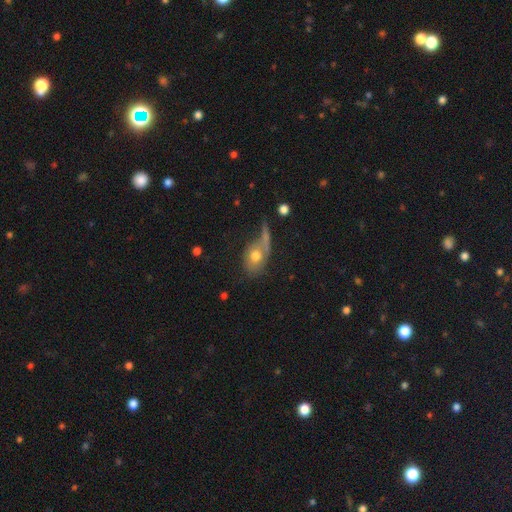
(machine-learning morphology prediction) smooth_or_featured: smooth (p=0.67) [alt: featured or disk p=0.24]
how_rounded: in between (p=0.70) [alt: round p=0.27]
merging: none (p=0.39) [alt: merger p=0.25]